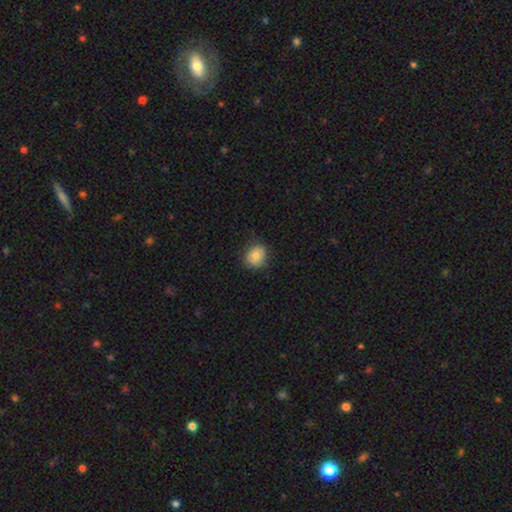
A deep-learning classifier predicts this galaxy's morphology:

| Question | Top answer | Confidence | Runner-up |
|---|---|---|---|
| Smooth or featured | smooth | 78% | featured or disk (13%) |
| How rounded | round | 68% | in between (31%) |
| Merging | none | 78% | minor disturbance (17%) |